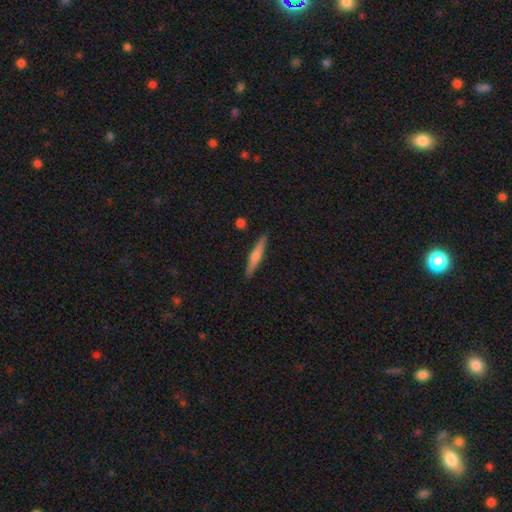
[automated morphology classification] Smooth or featured? smooth (53%)
How rounded? cigar-shaped (92%)
Merging? none (90%)